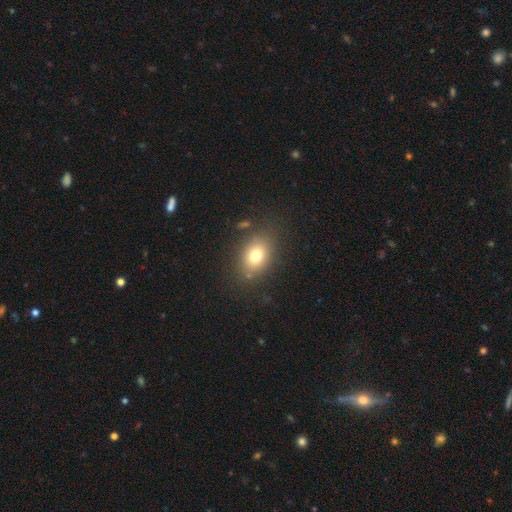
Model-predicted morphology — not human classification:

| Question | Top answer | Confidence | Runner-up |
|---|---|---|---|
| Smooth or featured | smooth | 75% | featured or disk (13%) |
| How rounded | in between | 67% | round (32%) |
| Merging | none | 79% | minor disturbance (13%) |